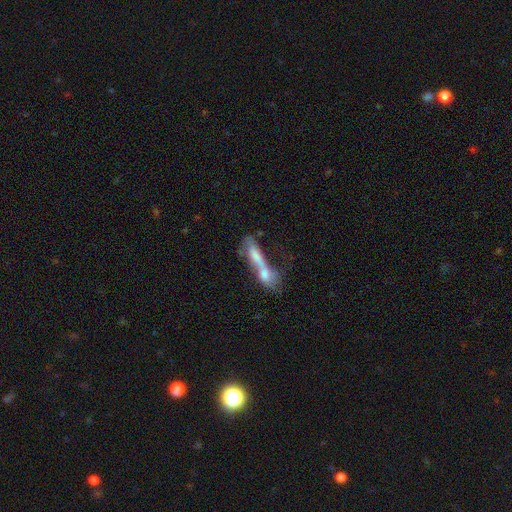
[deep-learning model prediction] Morphology: type=smooth (61%); roundness=cigar-shaped (56%); merging=merger (70%).